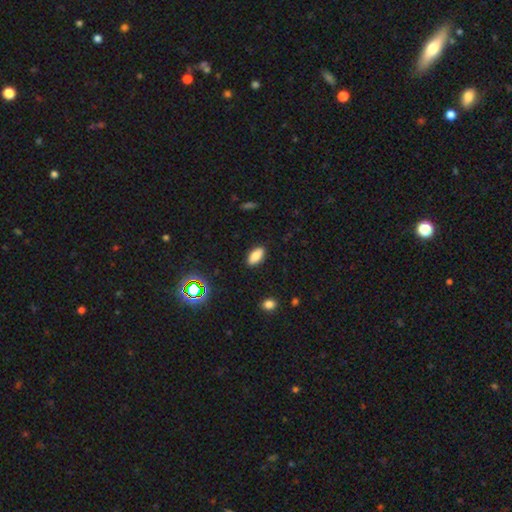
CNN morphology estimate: Smooth or featured? Predicted: smooth (p=0.81). How rounded? Predicted: in between (p=0.88). Merging? Predicted: none (p=0.88).